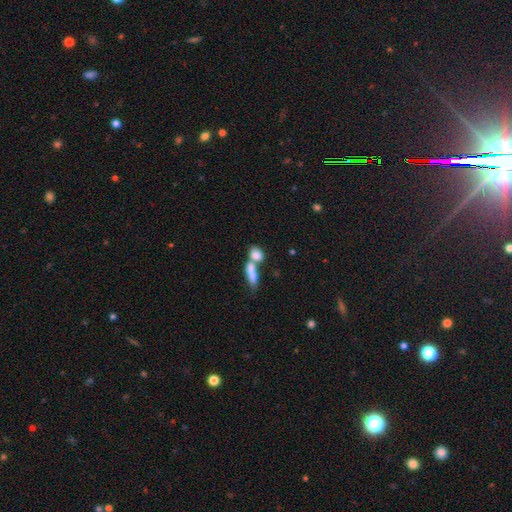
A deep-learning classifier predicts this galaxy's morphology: smooth 77%, featured or disk 15%, star or artifact 8%. Down the decision tree: how rounded — in between (66%); merging — merger (61%).